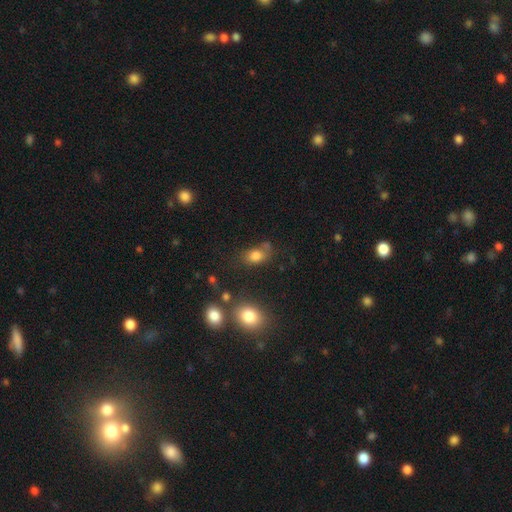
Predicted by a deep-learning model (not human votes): A smooth galaxy with no disk features (79%) that is in between round and cigar-shaped (76%). Merging: none (53%).